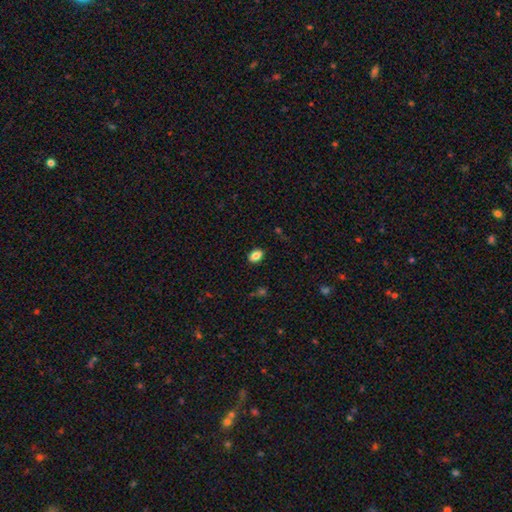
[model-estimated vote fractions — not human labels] Smooth or featured?
  - smooth: 84% *
  - star or artifact: 9%
  - featured or disk: 6%
How rounded?
  - in between: 79% *
  - round: 19%
  - cigar-shaped: 1%
Merging?
  - none: 87% *
  - minor disturbance: 9%
  - major disturbance: 2%
  - merger: 1%